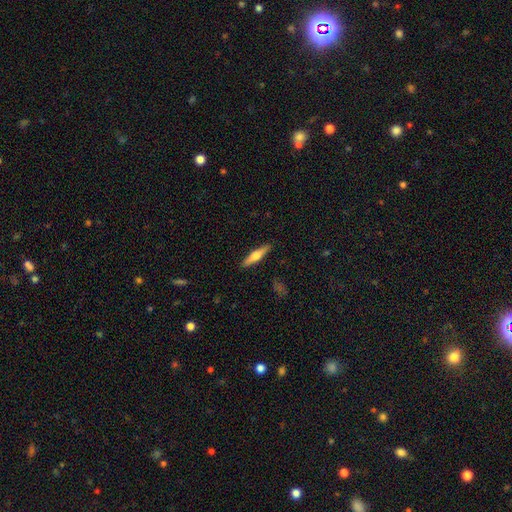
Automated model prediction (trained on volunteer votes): Morphology: type=featured or disk (47%, tied with smooth); merging=none (90%).